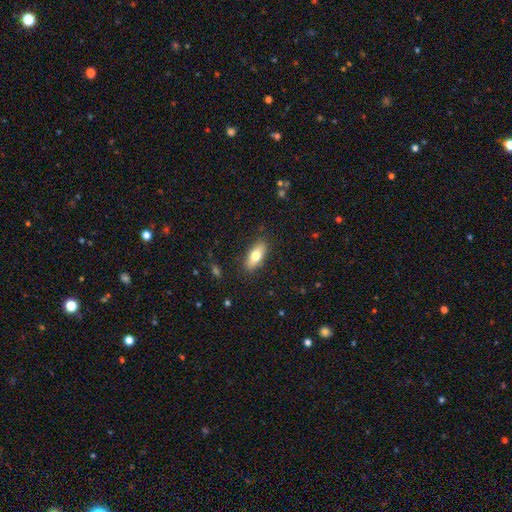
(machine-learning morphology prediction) type=smooth (72%); roundness=in between (76%); merging=none (86%).